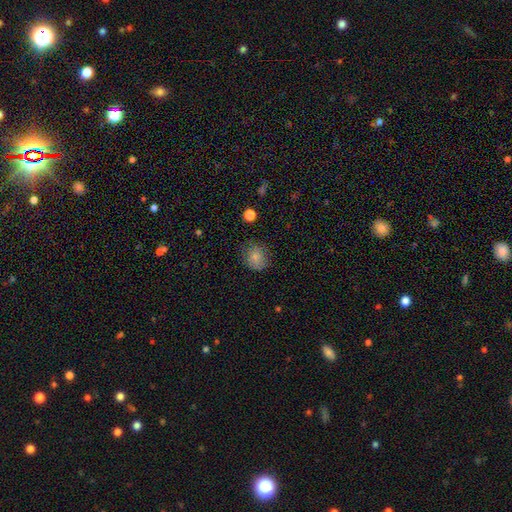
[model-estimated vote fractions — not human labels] Smooth or featured: smooth — 80% (star or artifact — 11%)
How rounded: round — 66% (in between — 33%)
Merging: none — 70% (minor disturbance — 22%)